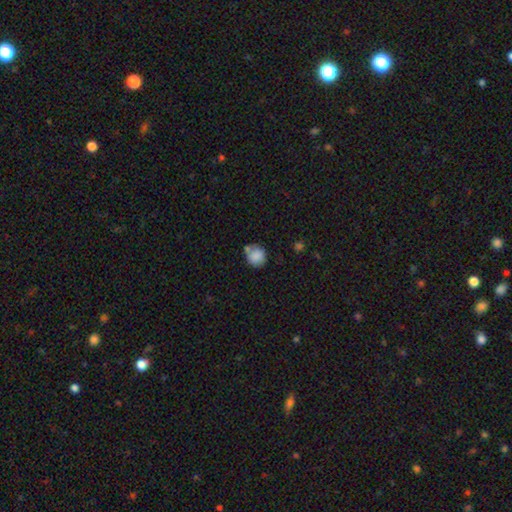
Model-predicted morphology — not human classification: Overall: smooth (84%). How rounded: round (84%). Merging: none (56%; minor disturbance 21%).